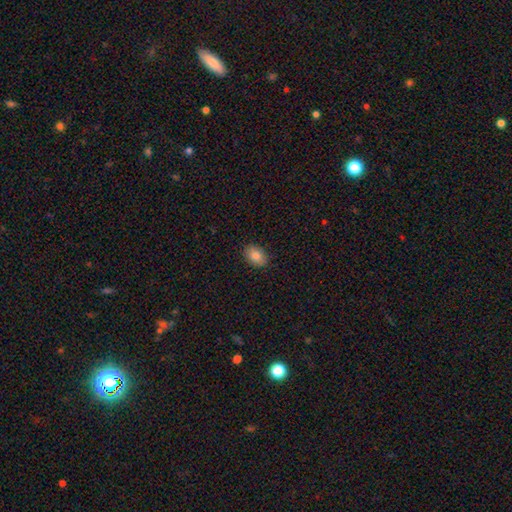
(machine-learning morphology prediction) smooth-or-featured: smooth: 82% | featured or disk: 10% | star or artifact: 9%
  how-rounded: in between: 79% | round: 20% | cigar-shaped: 1%
  merging: none: 89% | minor disturbance: 8% | major disturbance: 2% | merger: 1%